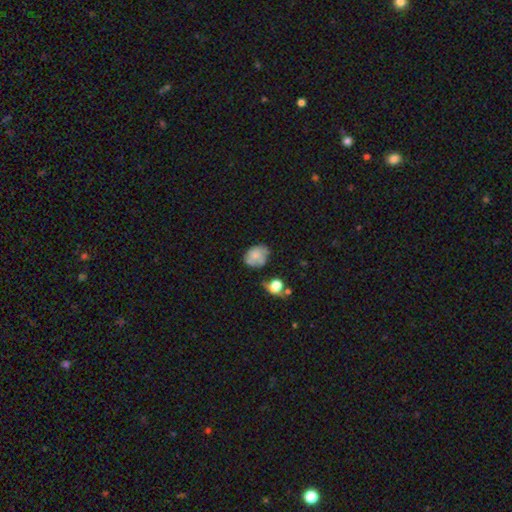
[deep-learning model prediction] A smooth galaxy with no disk features (59%) that is in between round and cigar-shaped (55%). Merging: none (52%).